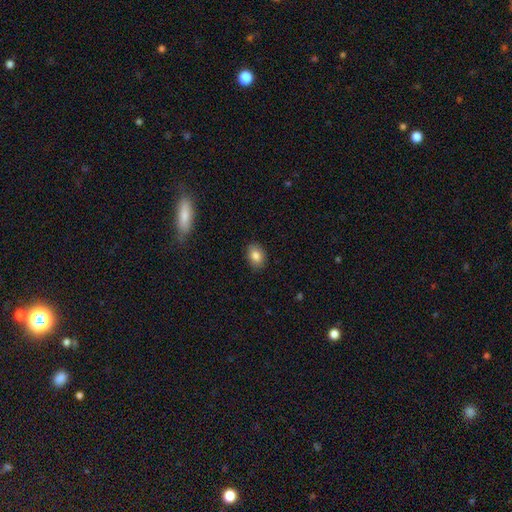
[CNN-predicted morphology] smooth-or-featured: smooth: 84% | star or artifact: 8% | featured or disk: 8%
  how-rounded: in between: 70% | round: 29% | cigar-shaped: 1%
  merging: none: 88% | minor disturbance: 9% | major disturbance: 2% | merger: 1%